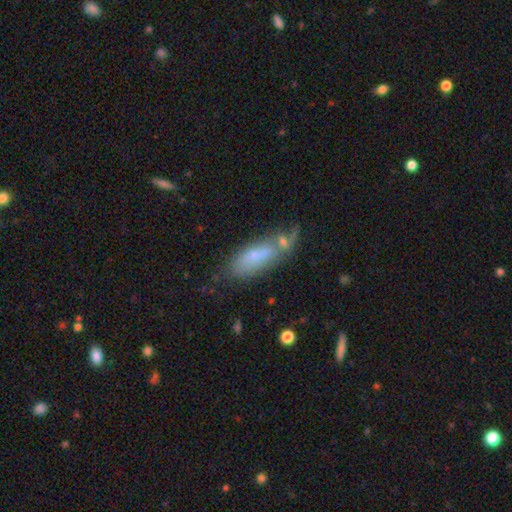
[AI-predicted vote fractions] A smooth galaxy with no disk features (66%) that is in between round and cigar-shaped (66%).

Vote fractions:
- Smooth or featured? smooth: 66% / featured or disk: 24% / star or artifact: 10%
- How rounded? in between: 66% / cigar-shaped: 31% / round: 3%
- Merging? none: 44% / merger: 26% / minor disturbance: 20% / major disturbance: 10%